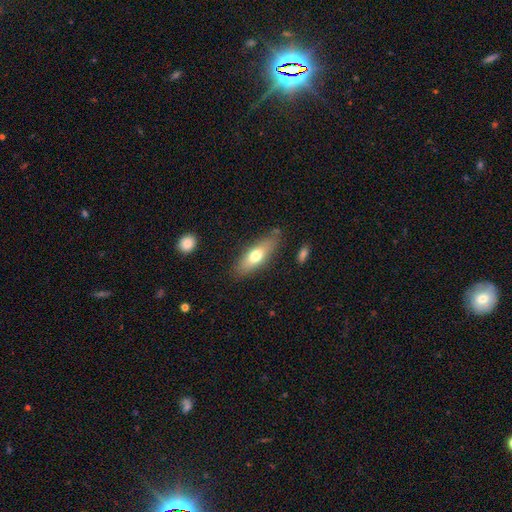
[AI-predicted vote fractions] Smooth or featured?
  - smooth: 67% *
  - featured or disk: 27%
  - star or artifact: 6%
How rounded?
  - in between: 57% *
  - cigar-shaped: 40%
  - round: 3%
Merging?
  - none: 79% *
  - minor disturbance: 14%
  - major disturbance: 4%
  - merger: 3%